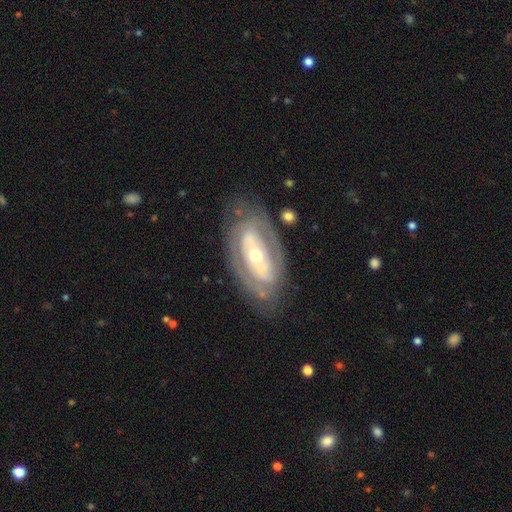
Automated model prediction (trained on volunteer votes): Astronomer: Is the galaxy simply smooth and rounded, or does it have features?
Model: featured or disk — 78%.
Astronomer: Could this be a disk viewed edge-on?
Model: no — 91%.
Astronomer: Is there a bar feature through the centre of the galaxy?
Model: no — 59%.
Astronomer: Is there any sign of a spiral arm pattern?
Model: yes — 57% (runner-up: no, 43%).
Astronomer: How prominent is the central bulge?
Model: moderate — 57% (runner-up: small, 35%).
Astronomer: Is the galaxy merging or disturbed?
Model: none — 74%.